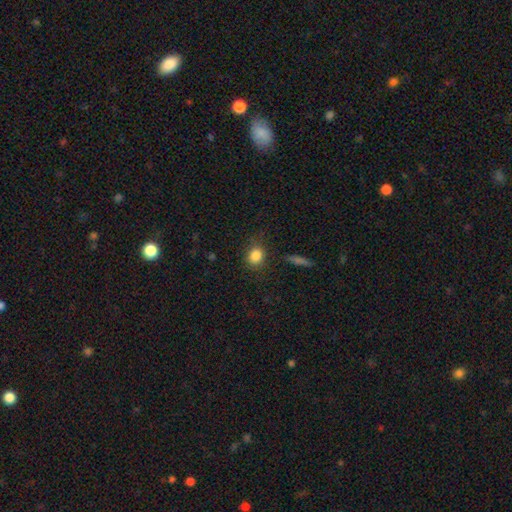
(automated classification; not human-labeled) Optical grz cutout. It shows a smooth galaxy with no disk features (85%) that is round (63%). Merging: none (80%).